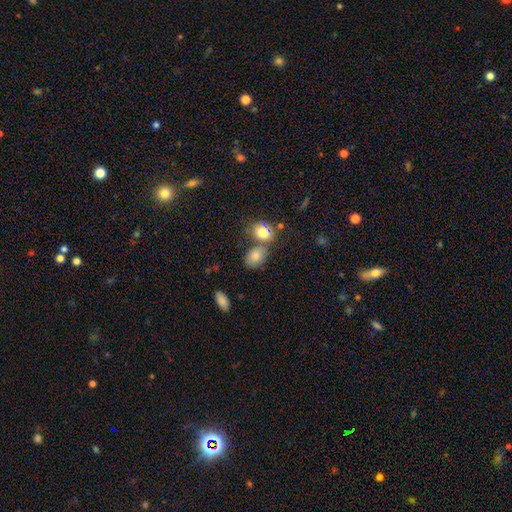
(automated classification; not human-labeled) A smooth galaxy with no disk features (79%) that is in between round and cigar-shaped (72%).

Vote fractions:
- Smooth or featured? smooth: 79% / star or artifact: 11% / featured or disk: 10%
- How rounded? in between: 72% / round: 27% / cigar-shaped: 1%
- Merging? none: 53% / merger: 28% / minor disturbance: 14% / major disturbance: 5%